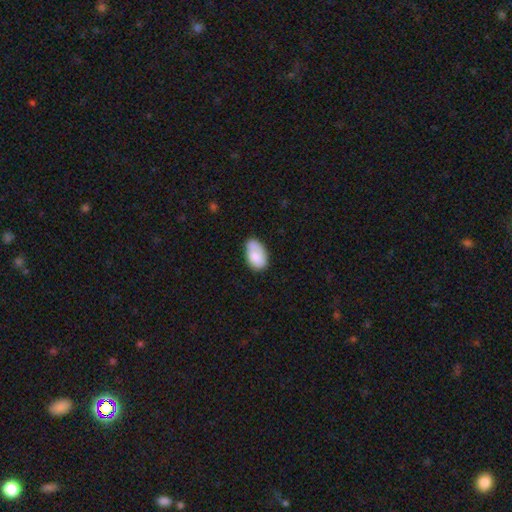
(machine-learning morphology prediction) The model was most divided on "merging": none: 55%, minor disturbance: 31%, major disturbance: 8%, merger: 7%. More confident: how rounded — in between (93%); smooth or featured — smooth (80%).